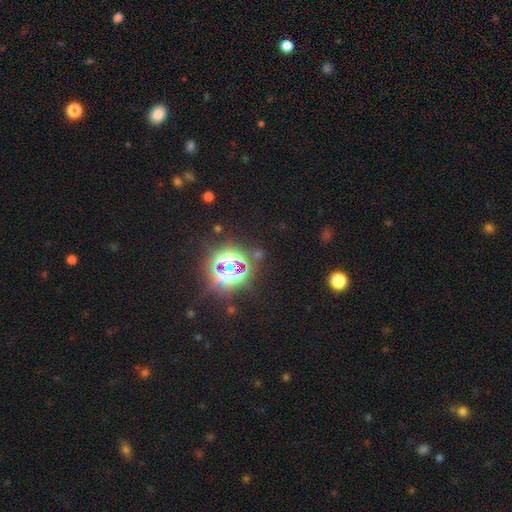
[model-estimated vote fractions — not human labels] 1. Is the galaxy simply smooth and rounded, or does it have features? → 77% star or artifact, 15% smooth, 8% featured or disk.